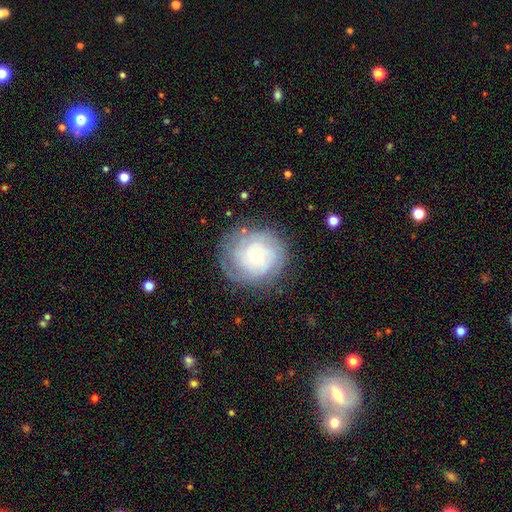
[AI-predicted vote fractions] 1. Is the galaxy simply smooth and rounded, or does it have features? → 61% featured or disk, 30% smooth, 9% star or artifact.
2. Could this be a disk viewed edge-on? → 97% no, 3% yes.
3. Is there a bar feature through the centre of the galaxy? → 79% no, 18% weak, 3% strong.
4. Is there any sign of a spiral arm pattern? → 87% yes, 13% no.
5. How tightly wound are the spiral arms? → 72% tight, 21% medium, 7% loose.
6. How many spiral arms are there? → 52% can't tell, 13% 3, 12% 2, 11% 4, 6% more than 4, 5% 1.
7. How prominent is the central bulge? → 71% small, 21% moderate, 4% large, 3% none, 2% dominant.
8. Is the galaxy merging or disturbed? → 77% none, 15% minor disturbance, 7% major disturbance, 1% merger.